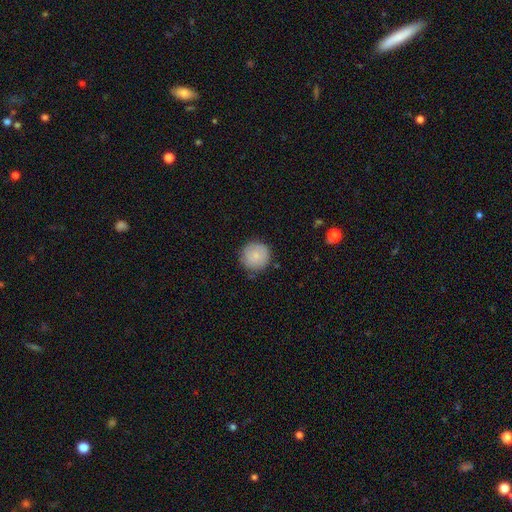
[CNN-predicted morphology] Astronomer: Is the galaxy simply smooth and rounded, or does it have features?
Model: smooth — 80%.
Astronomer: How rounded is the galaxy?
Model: round — 95%.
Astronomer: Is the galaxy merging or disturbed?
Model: none — 82%.